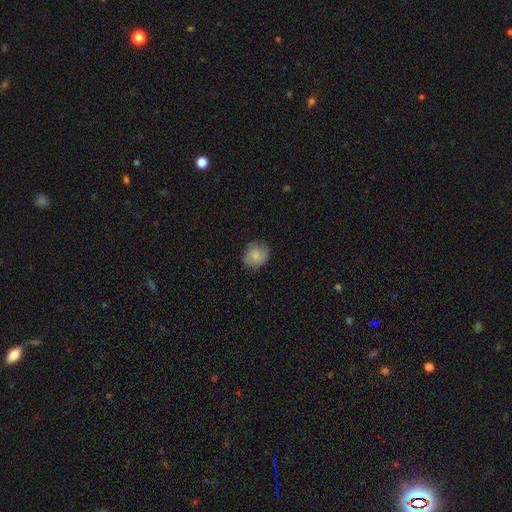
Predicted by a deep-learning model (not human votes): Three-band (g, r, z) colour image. It shows a smooth galaxy with no disk features (76%) that is round (66%). Merging: none (77%).